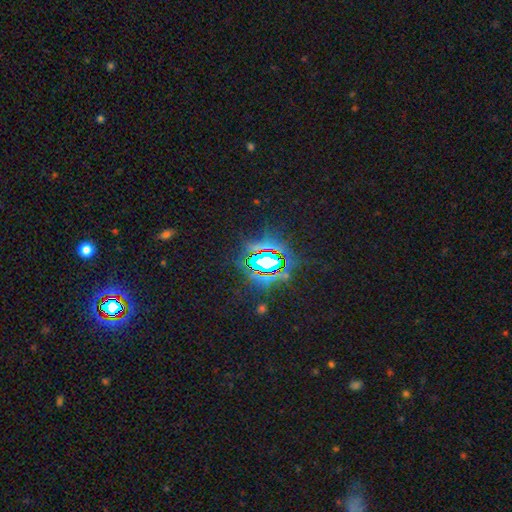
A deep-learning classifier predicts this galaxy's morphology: This appears to be a star or artifact, not a galaxy (77%).